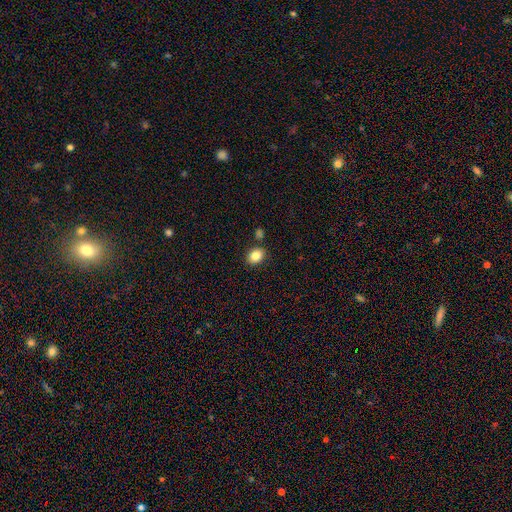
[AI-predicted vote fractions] Smooth or featured? smooth (85%)
How rounded? in between (64%)
Merging? none (83%)